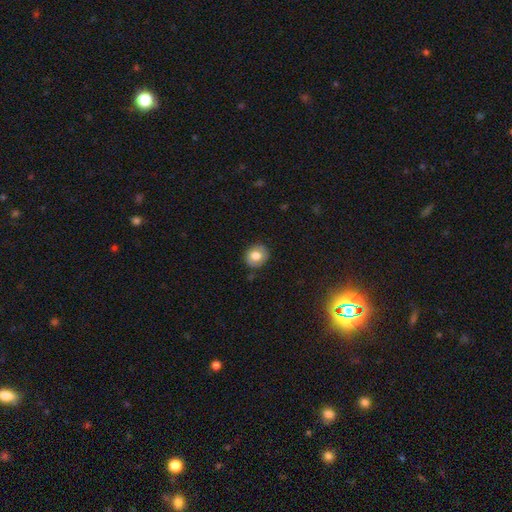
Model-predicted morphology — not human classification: smooth-or-featured: smooth: 76% | featured or disk: 16% | star or artifact: 8%
  how-rounded: round: 70% | in between: 29% | cigar-shaped: 1%
  merging: none: 83% | minor disturbance: 13% | major disturbance: 3% | merger: 1%